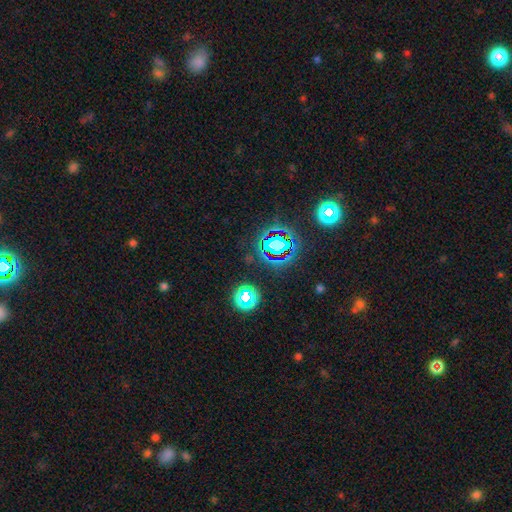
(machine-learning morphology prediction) star or artifact 73%, smooth 18%, featured or disk 9%.